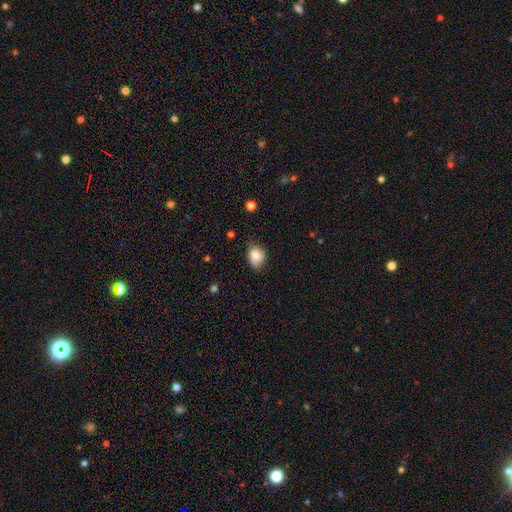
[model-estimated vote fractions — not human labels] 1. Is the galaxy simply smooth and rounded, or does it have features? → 81% smooth, 10% featured or disk, 9% star or artifact.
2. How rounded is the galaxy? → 53% in between, 46% round, 1% cigar-shaped.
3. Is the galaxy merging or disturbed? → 66% none, 28% minor disturbance, 5% major disturbance, 1% merger.